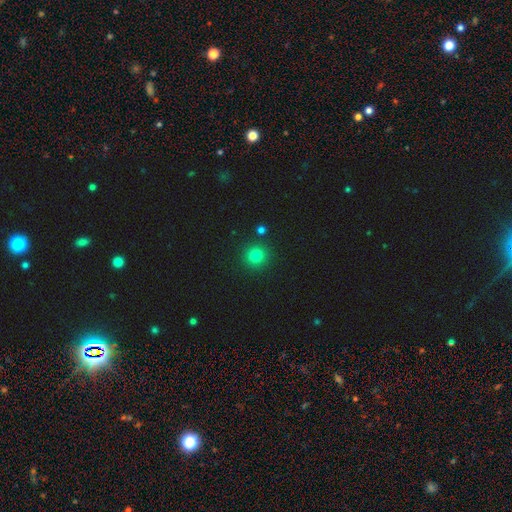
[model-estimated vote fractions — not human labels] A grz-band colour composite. It shows a smooth galaxy with no disk features (80%) that is round (93%). Merging: none (88%).